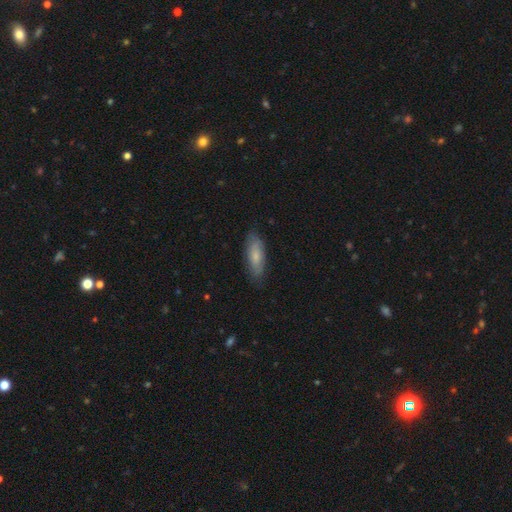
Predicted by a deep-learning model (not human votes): A smooth galaxy with no disk features (70%) that is in between round and cigar-shaped (67%). Merging: none (79%).